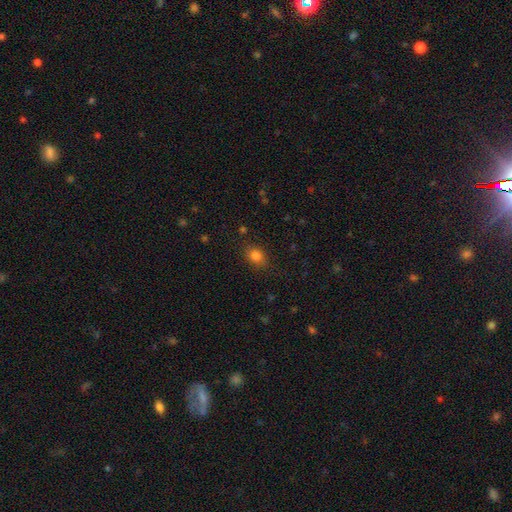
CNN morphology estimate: A smooth galaxy with no disk features (82%) that is in between round and cigar-shaped (52%).

Vote fractions:
- Smooth or featured? smooth: 82% / star or artifact: 12% / featured or disk: 6%
- How rounded? in between: 52% / round: 47% / cigar-shaped: 1%
- Merging? none: 82% / minor disturbance: 13% / major disturbance: 4% / merger: 1%